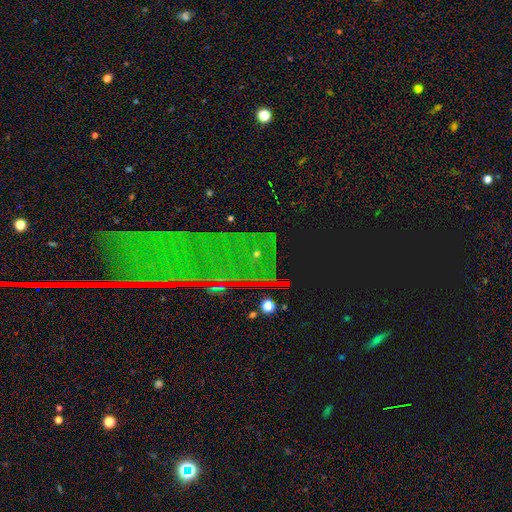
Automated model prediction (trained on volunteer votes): Smooth or featured? Predicted: star or artifact (p=0.83).